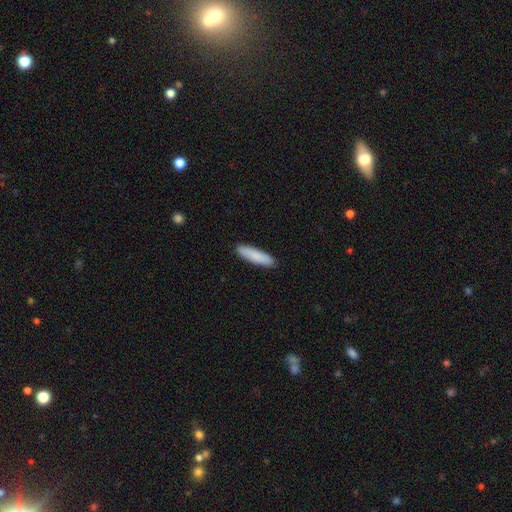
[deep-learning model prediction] This is clearly a smooth galaxy (87%). How rounded: likely cigar-shaped (73%). Merging: clearly none (90%).